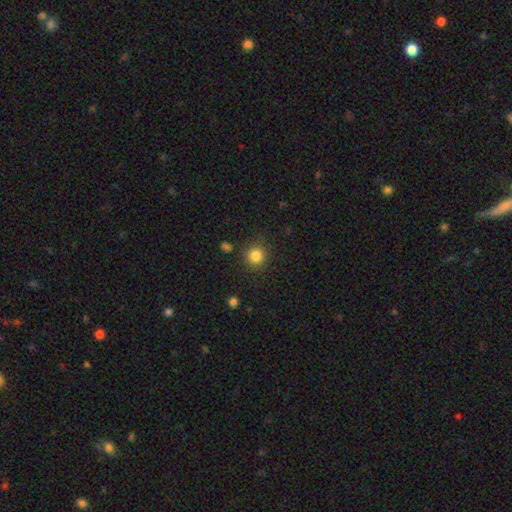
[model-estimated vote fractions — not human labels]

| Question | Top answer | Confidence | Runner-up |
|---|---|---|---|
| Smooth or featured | smooth | 84% | star or artifact (11%) |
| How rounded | round | 92% | in between (7%) |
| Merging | none | 87% | minor disturbance (8%) |